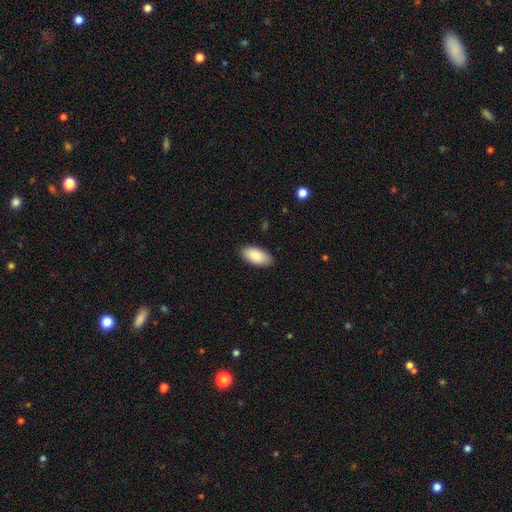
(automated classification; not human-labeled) A smooth galaxy with no disk features (89%) that is in between round and cigar-shaped (94%).

Vote fractions:
- Smooth or featured? smooth: 89% / star or artifact: 6% / featured or disk: 6%
- How rounded? in between: 94% / cigar-shaped: 4% / round: 2%
- Merging? none: 88% / minor disturbance: 9% / major disturbance: 2% / merger: 1%